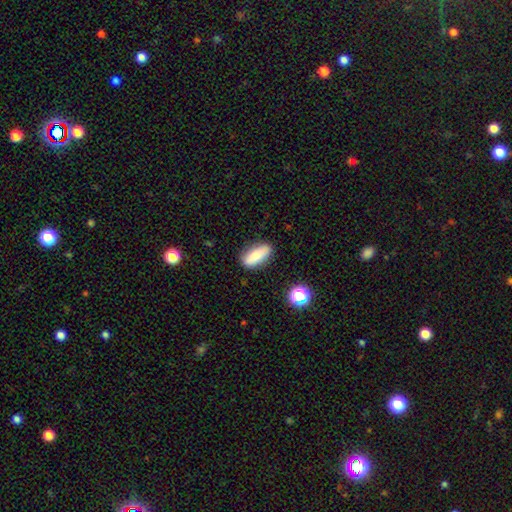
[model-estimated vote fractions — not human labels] smooth 81%, featured or disk 11%, star or artifact 8%. Down the decision tree: how rounded — in between (73%); merging — none (81%).